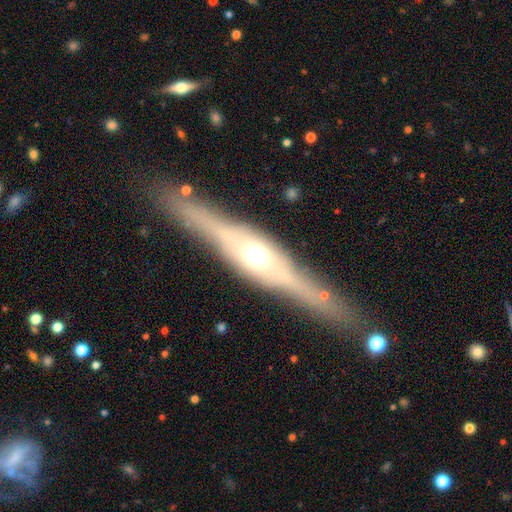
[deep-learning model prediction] Smooth or featured? Predicted: featured or disk (p=0.67). Edge-on disk? Predicted: yes (p=0.89). Edge-on bulge? Predicted: rounded (p=0.91). Merging? Predicted: none (p=0.82).